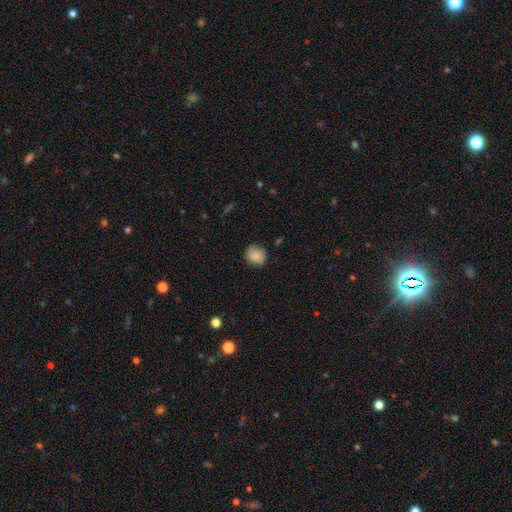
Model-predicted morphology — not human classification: This appears to be a smooth galaxy with no disk features (85%) that is round (76%). Merging: none (78%).